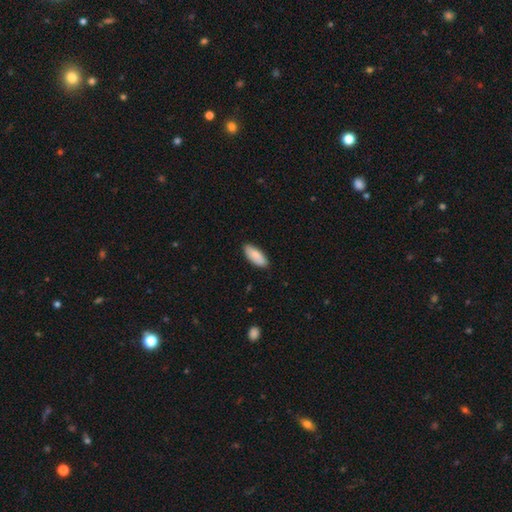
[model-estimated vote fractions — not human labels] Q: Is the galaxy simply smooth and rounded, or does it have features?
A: smooth — 86%.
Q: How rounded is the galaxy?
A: in between — 80%.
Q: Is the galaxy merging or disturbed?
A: none — 87%.